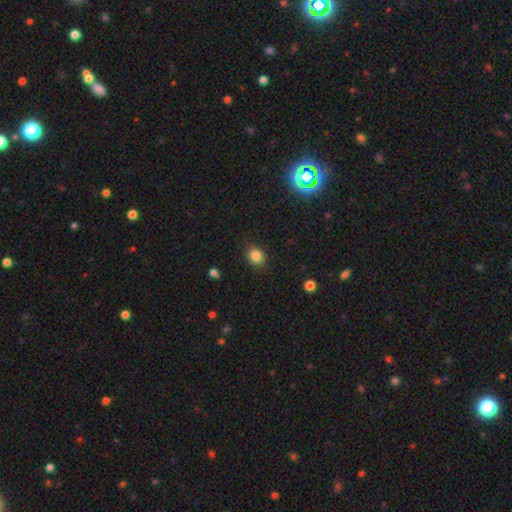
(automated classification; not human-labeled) A smooth galaxy with no disk features (84%) that is round (53%).

Vote fractions:
- Smooth or featured? smooth: 84% / star or artifact: 11% / featured or disk: 5%
- How rounded? round: 53% / in between: 46% / cigar-shaped: 1%
- Merging? none: 87% / minor disturbance: 9% / major disturbance: 2% / merger: 1%